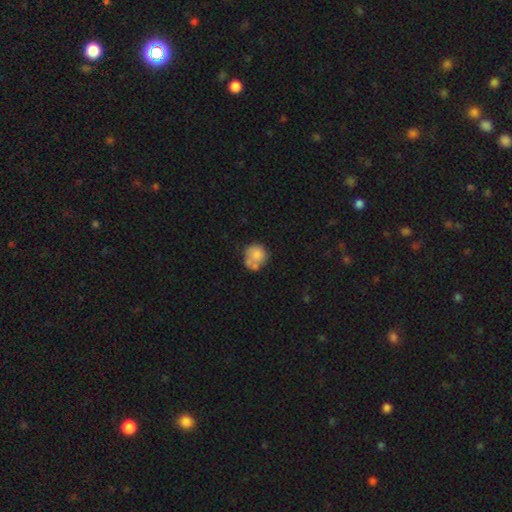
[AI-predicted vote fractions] The model was most divided on "merging": none: 45%, merger: 24%, minor disturbance: 21%, major disturbance: 10%. More confident: how rounded — round (83%); smooth or featured — smooth (72%).